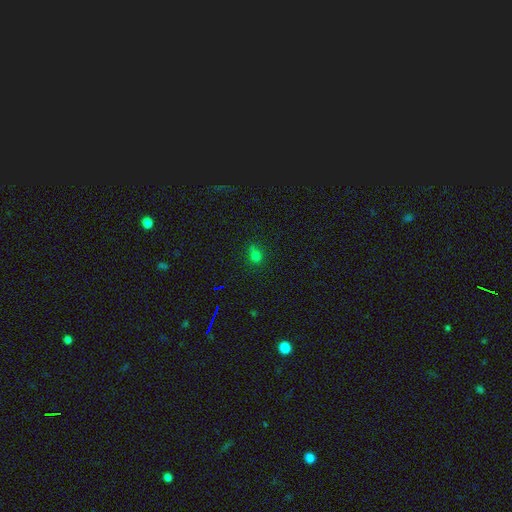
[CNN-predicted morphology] This appears to be a smooth galaxy with no disk features (69%) that is round (57%). Merging: none (67%).